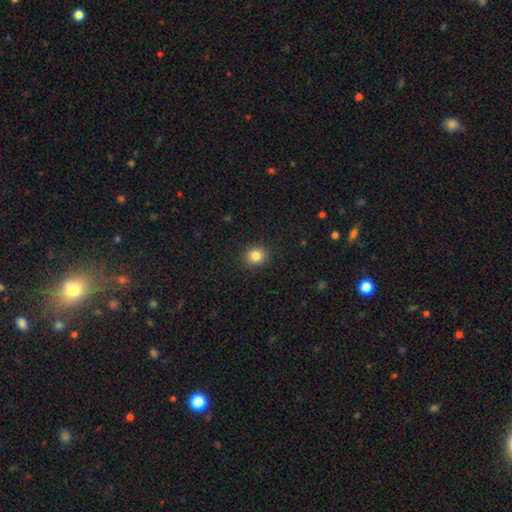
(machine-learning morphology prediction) Q: Smooth or featured?
A: smooth (83%); runner-up: star or artifact (11%)
Q: How rounded?
A: round (86%); runner-up: in between (14%)
Q: Merging?
A: none (90%); runner-up: minor disturbance (7%)